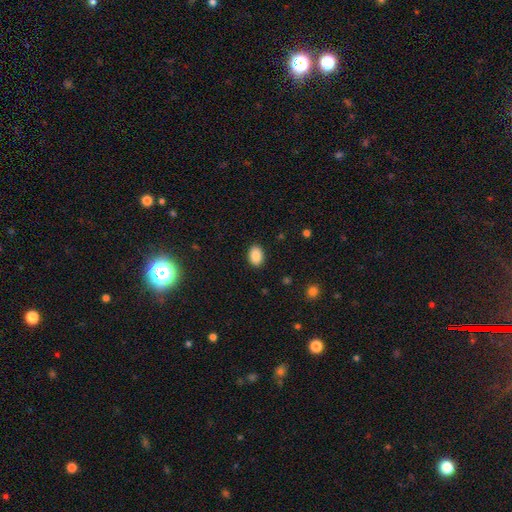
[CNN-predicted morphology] Smooth or featured? smooth (89%)
How rounded? in between (82%)
Merging? none (89%)